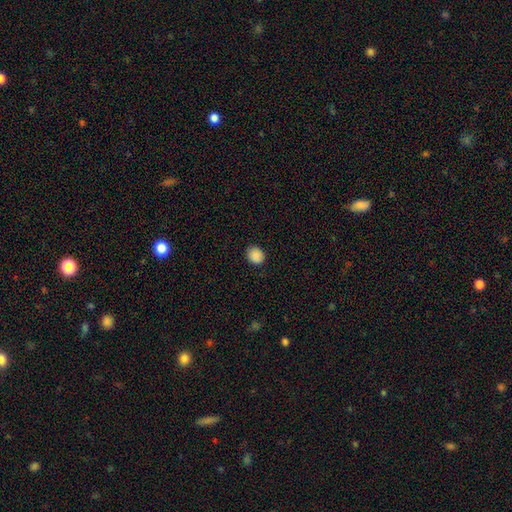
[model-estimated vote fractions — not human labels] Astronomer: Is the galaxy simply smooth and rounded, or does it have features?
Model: smooth — 89%.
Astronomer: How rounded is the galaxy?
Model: round — 66%.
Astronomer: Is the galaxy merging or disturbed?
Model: none — 89%.